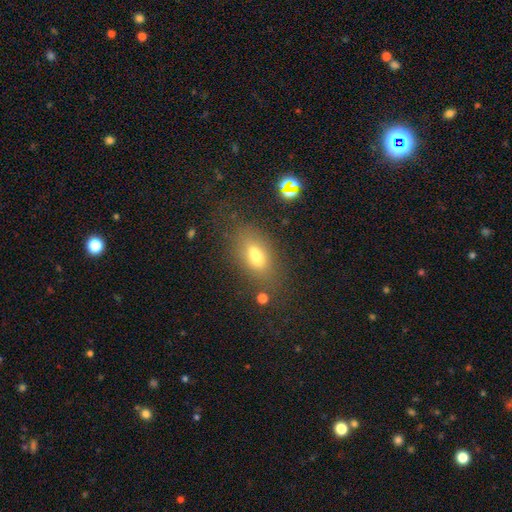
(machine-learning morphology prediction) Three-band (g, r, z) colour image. It shows a smooth galaxy with no disk features (66%) that is in between round and cigar-shaped (80%). Merging: none (73%).